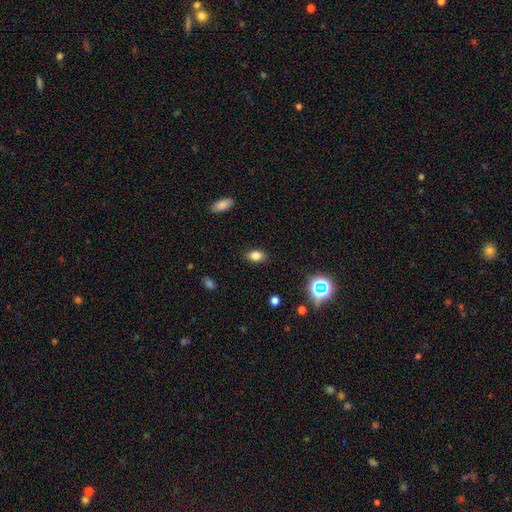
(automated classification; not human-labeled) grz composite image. It shows a smooth galaxy with no disk features (80%) that is in between round and cigar-shaped (83%). Merging: none (87%).